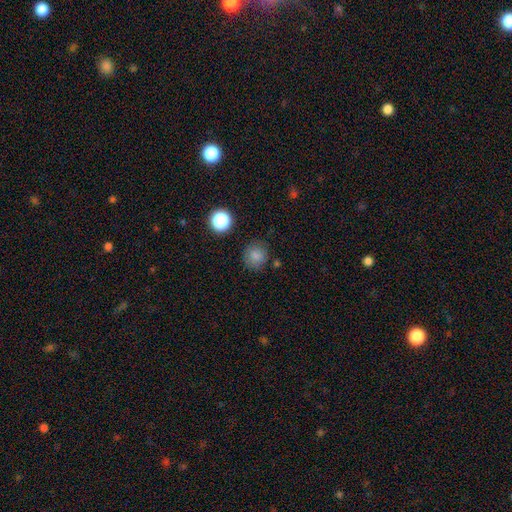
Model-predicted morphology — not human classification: smooth-or-featured: smooth: 82% | star or artifact: 13% | featured or disk: 6%
  how-rounded: round: 91% | in between: 8% | cigar-shaped: 1%
  merging: none: 83% | minor disturbance: 11% | major disturbance: 3% | merger: 3%